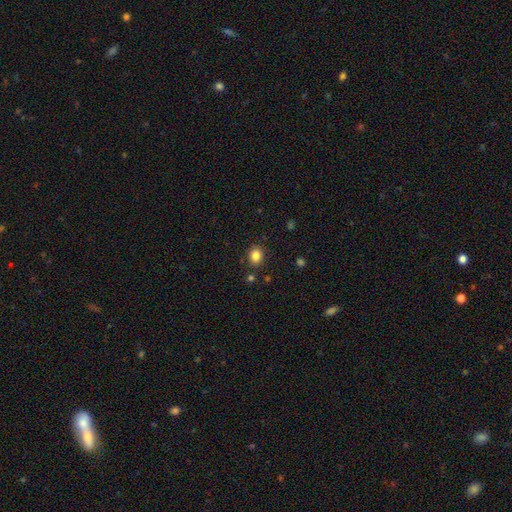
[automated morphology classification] Q: Smooth or featured?
A: smooth (84%); runner-up: star or artifact (11%)
Q: How rounded?
A: round (56%); runner-up: in between (43%)
Q: Merging?
A: none (85%); runner-up: minor disturbance (9%)